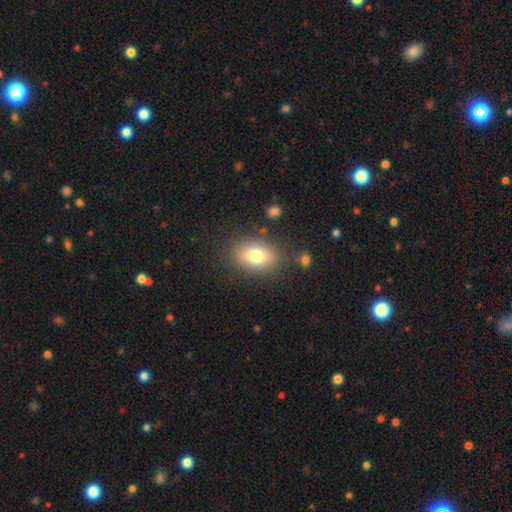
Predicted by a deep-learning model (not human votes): smooth 77%, featured or disk 14%, star or artifact 9%. Down the decision tree: how rounded — in between (77%); merging — none (81%).